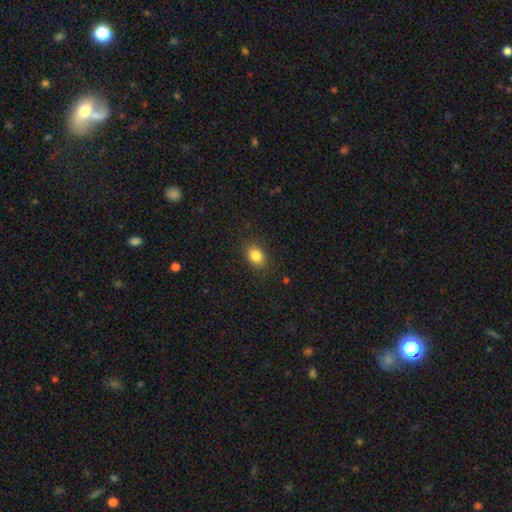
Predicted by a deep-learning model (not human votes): The model was most divided on "how rounded": in between: 66%, round: 33%, cigar-shaped: 1%. More confident: merging — none (86%); smooth or featured — smooth (85%).